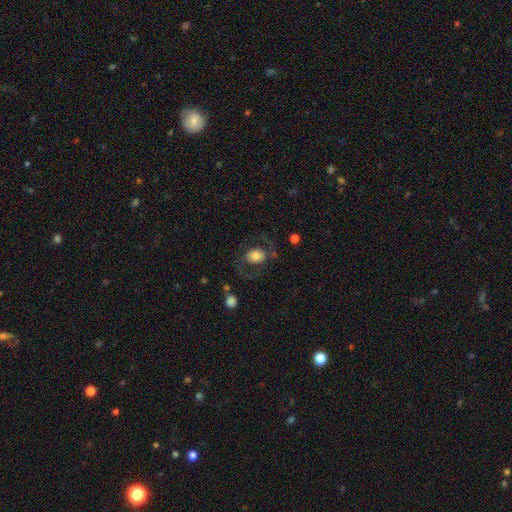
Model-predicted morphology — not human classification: type=smooth (52%); roundness=in between (53%); merging=none (64%).